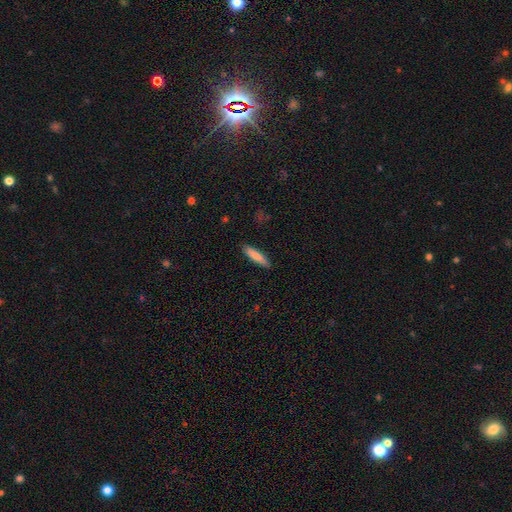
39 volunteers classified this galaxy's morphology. smooth-or-featured: smooth: 82% | star or artifact: 13% | featured or disk: 5%
  how-rounded: cigar-shaped: 97% | in between: 3% | round: 0%
  merging: none: 97% | minor disturbance: 3% | major disturbance: 0% | merger: 0%